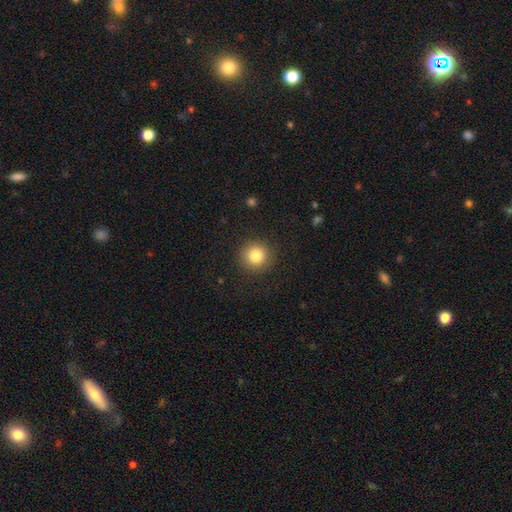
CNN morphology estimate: smooth 83%, star or artifact 10%, featured or disk 7%. Down the decision tree: how rounded — round (94%); merging — none (90%).